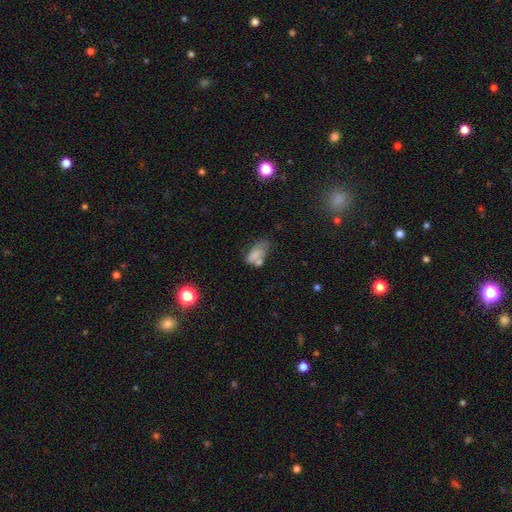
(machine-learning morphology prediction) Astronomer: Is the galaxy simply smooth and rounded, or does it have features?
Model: smooth — 65%.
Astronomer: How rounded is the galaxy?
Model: in between — 88%.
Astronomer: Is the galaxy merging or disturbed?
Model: none — 30% (runner-up: minor disturbance, 26%).